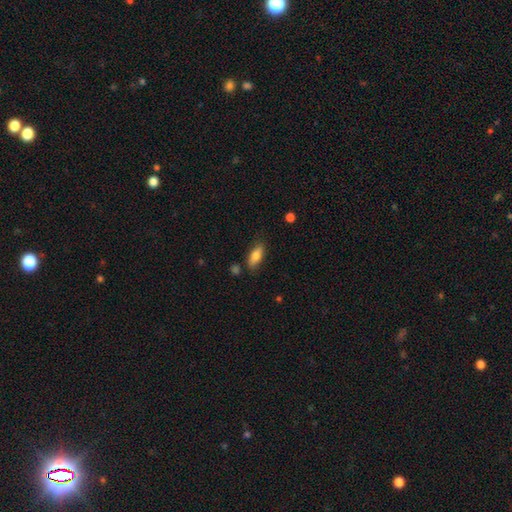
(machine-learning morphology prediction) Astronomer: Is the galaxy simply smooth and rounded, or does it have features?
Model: smooth — 79%.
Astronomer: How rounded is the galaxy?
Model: in between — 75%.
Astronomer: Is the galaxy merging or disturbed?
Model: none — 79%.